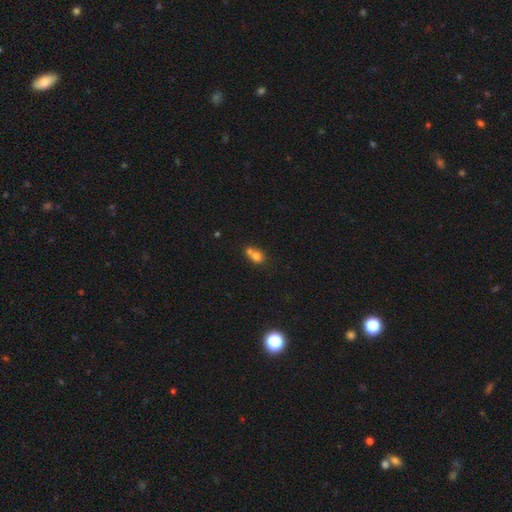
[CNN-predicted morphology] The model was most divided on "how rounded": round: 51%, in between: 47%, cigar-shaped: 2%. More confident: smooth or featured — smooth (74%); merging — merger (57%).